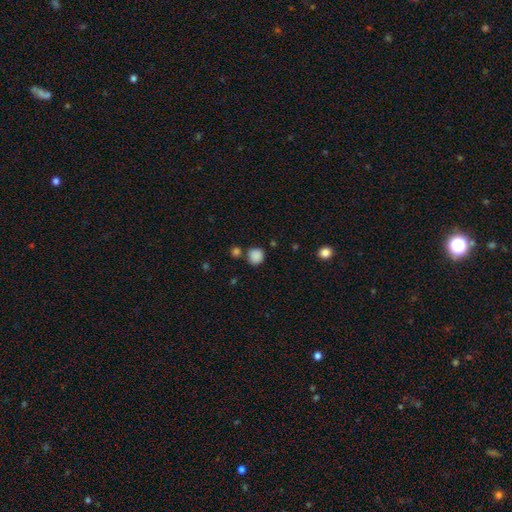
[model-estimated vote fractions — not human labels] A smooth galaxy with no disk features (86%) that is round (83%).

Vote fractions:
- Smooth or featured? smooth: 86% / star or artifact: 11% / featured or disk: 4%
- How rounded? round: 83% / in between: 16% / cigar-shaped: 1%
- Merging? none: 72% / minor disturbance: 13% / merger: 11% / major disturbance: 4%